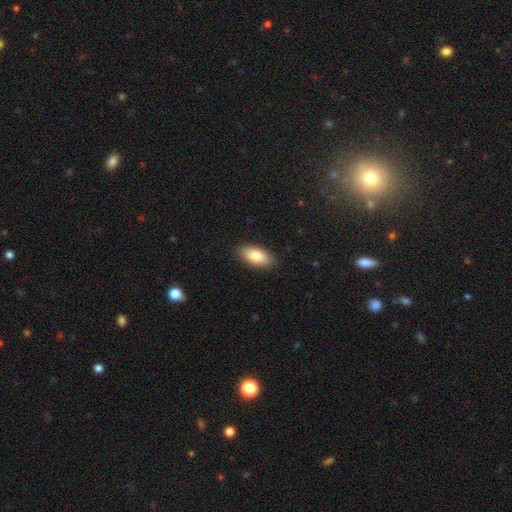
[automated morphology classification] This appears to be a smooth galaxy with no disk features (84%) that is in between round and cigar-shaped (90%). Merging: none (88%).